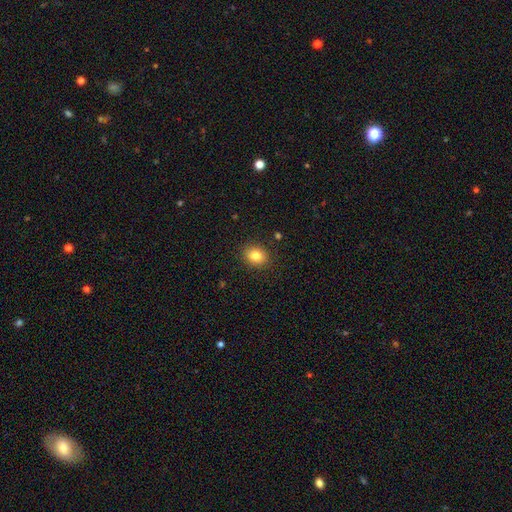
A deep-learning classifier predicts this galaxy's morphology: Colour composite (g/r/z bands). It shows a smooth galaxy with no disk features (83%) that is round (60%). Merging: none (89%).